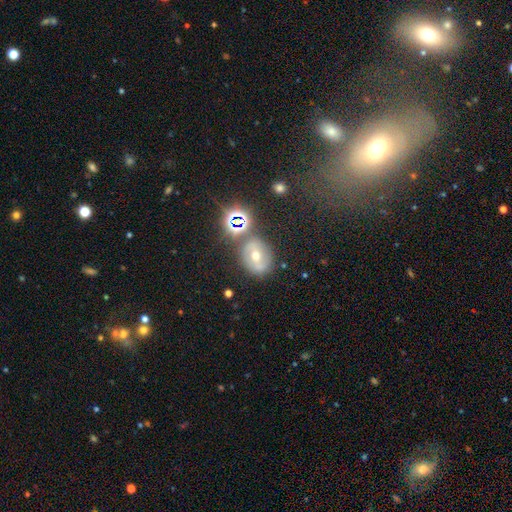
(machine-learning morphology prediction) Smooth or featured: featured or disk — 43% (smooth — 32%)
Merging: none — 70% (minor disturbance — 14%)